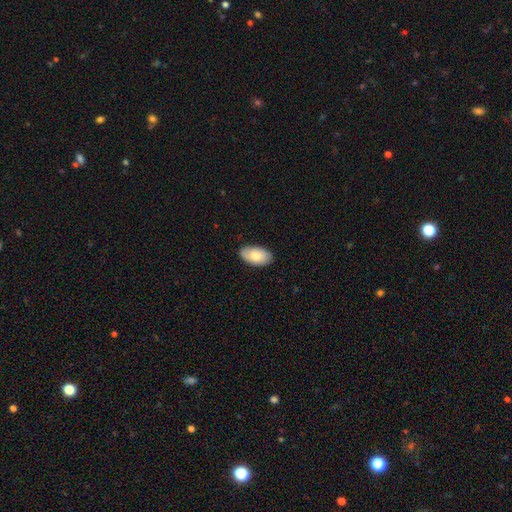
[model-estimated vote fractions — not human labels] Smooth or featured?
  - smooth: 76% *
  - featured or disk: 18%
  - star or artifact: 6%
How rounded?
  - in between: 95% *
  - round: 3%
  - cigar-shaped: 2%
Merging?
  - none: 85% *
  - minor disturbance: 12%
  - major disturbance: 2%
  - merger: 1%